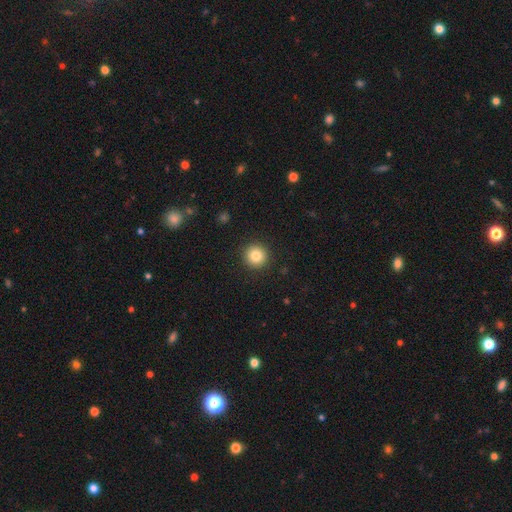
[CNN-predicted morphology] smooth-or-featured: smooth: 84% | star or artifact: 10% | featured or disk: 6%
  how-rounded: round: 95% | in between: 4% | cigar-shaped: 1%
  merging: none: 92% | minor disturbance: 5% | major disturbance: 2% | merger: 1%